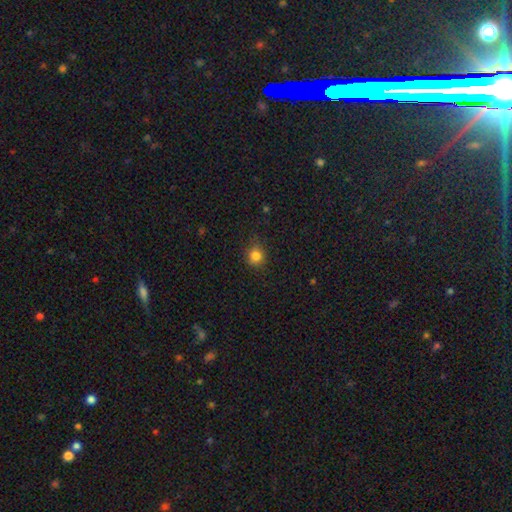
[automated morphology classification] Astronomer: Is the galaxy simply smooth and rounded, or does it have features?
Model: smooth — 83%.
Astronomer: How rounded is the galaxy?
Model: round — 83%.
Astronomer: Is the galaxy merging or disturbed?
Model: none — 80%.